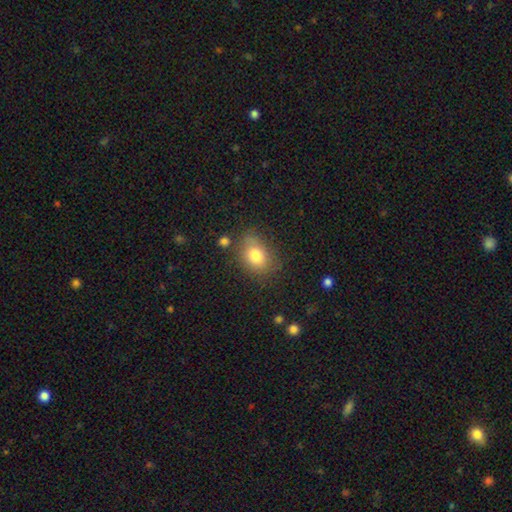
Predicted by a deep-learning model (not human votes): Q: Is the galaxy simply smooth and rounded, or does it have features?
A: smooth — 79%.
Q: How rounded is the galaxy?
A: in between — 68%.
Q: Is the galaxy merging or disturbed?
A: none — 74%.